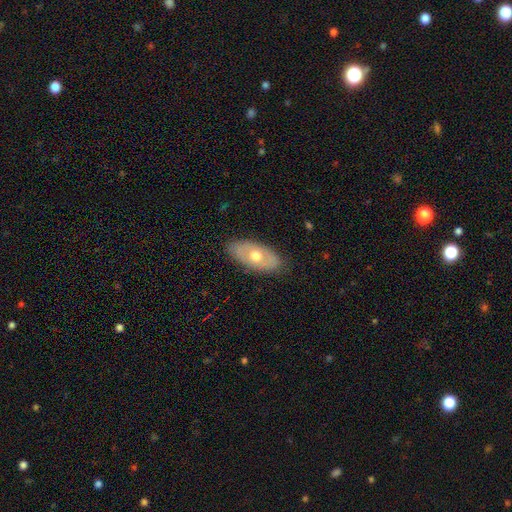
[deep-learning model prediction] Morphology: type=smooth (49%); merging=none (84%).